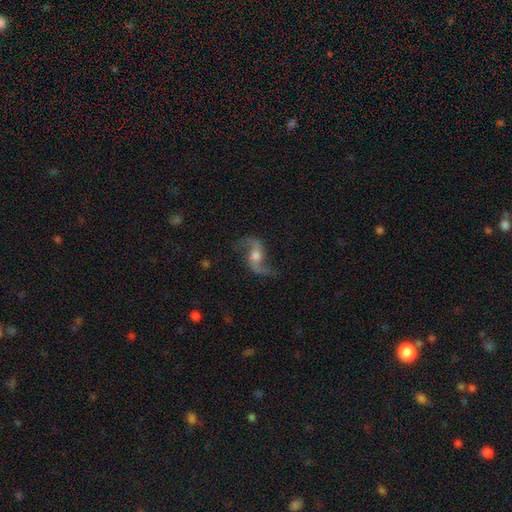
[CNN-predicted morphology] Overall: featured or disk (89%). Edge-on disk: no (96%). Bar: no (47%; weak 37%). Spiral arms: yes (96%). Spiral arm count: 2 (94%). Spiral winding: loose (84%). Bulge size: moderate (62%; small 27%). Merging: none (79%).